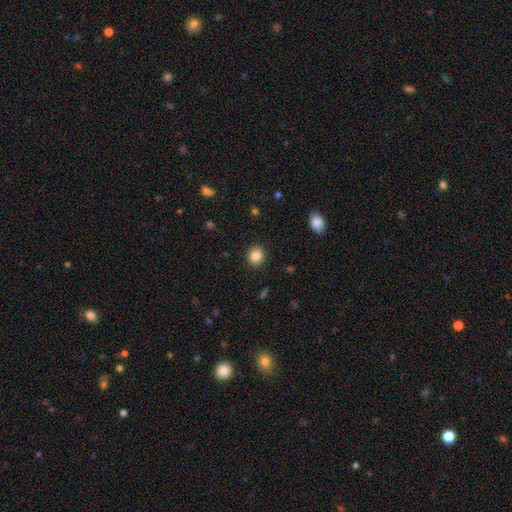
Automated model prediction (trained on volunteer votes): smooth_or_featured: smooth (p=0.86) [alt: star or artifact p=0.10]
how_rounded: round (p=0.72) [alt: in between p=0.27]
merging: none (p=0.90) [alt: minor disturbance p=0.07]